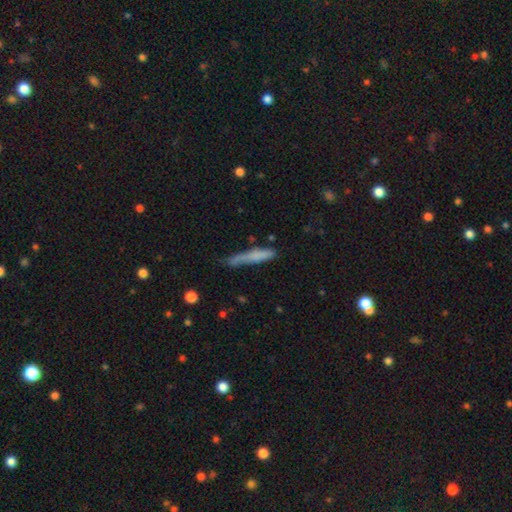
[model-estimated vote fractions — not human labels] smooth 67%, featured or disk 25%, star or artifact 7%. Down the decision tree: how rounded — cigar-shaped (92%); merging — none (58%).